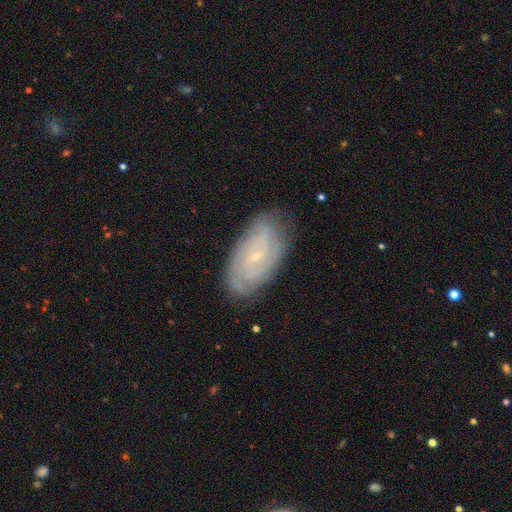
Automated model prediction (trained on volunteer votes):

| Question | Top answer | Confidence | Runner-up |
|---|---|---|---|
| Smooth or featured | featured or disk | 76% | smooth (17%) |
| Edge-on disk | no | 94% | yes (6%) |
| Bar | no | 69% | weak (26%) |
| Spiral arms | yes | 92% | no (8%) |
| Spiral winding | tight | 69% | medium (25%) |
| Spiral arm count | can't tell | 44% | 2 (20%) |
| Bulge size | small | 85% | moderate (11%) |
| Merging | none | 79% | minor disturbance (16%) |